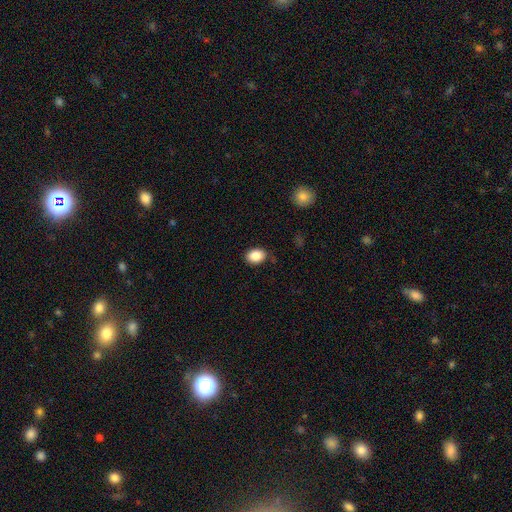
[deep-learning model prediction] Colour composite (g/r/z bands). It shows a smooth galaxy with no disk features (87%) that is in between round and cigar-shaped (68%). Merging: none (82%).